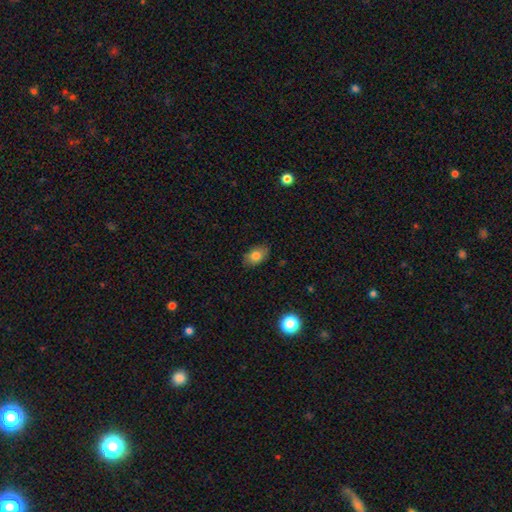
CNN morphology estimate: Smooth or featured: smooth — 80% (featured or disk — 11%)
How rounded: in between — 85% (round — 13%)
Merging: none — 84% (minor disturbance — 12%)